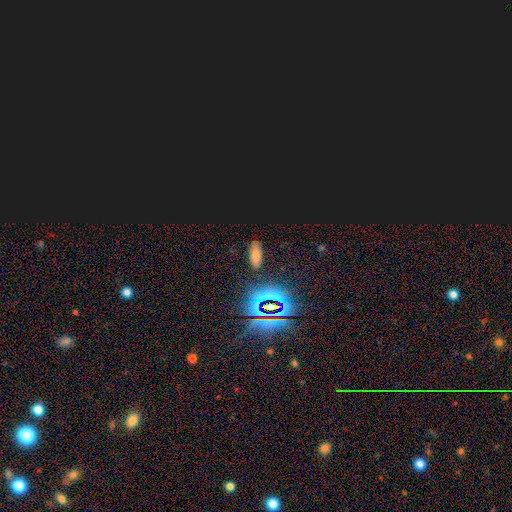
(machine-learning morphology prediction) Smooth or featured? smooth (53%)
How rounded? in between (78%)
Merging? none (84%)